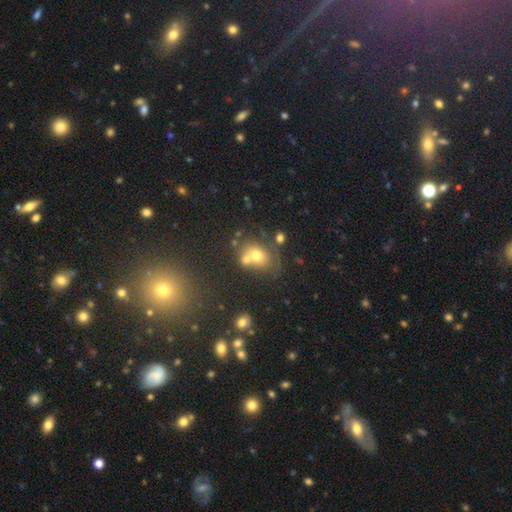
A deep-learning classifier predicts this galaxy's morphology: Q: Smooth or featured?
A: smooth (65%); runner-up: featured or disk (18%)
Q: How rounded?
A: round (50%); runner-up: in between (48%)
Q: Merging?
A: none (42%); runner-up: merger (40%)